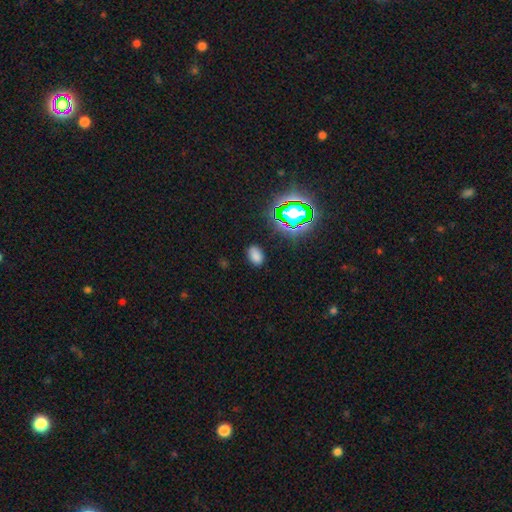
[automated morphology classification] This appears to be a smooth galaxy with no disk features (72%) that is in between round and cigar-shaped (87%). Merging: none (84%).